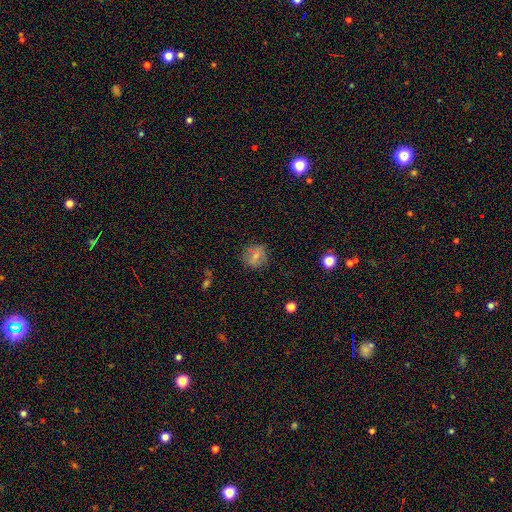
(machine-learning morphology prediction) A smooth galaxy with no disk features (70%) that is round (80%).

Vote fractions:
- Smooth or featured? smooth: 70% / featured or disk: 15% / star or artifact: 15%
- How rounded? round: 80% / in between: 19% / cigar-shaped: 1%
- Merging? none: 80% / minor disturbance: 14% / major disturbance: 5% / merger: 2%